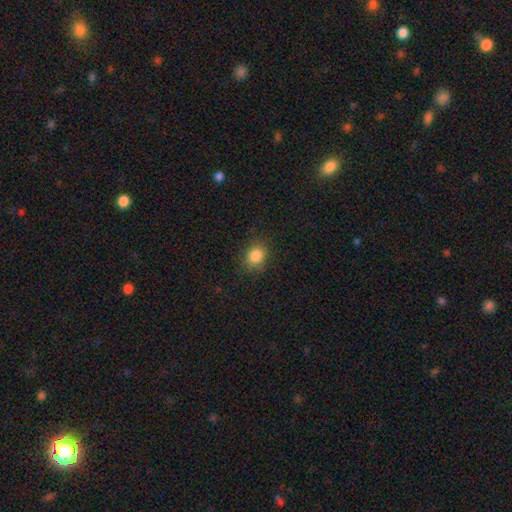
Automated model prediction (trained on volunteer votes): The model was most divided on "how rounded": round: 60%, in between: 39%, cigar-shaped: 1%. More confident: smooth or featured — smooth (84%); merging — none (83%).